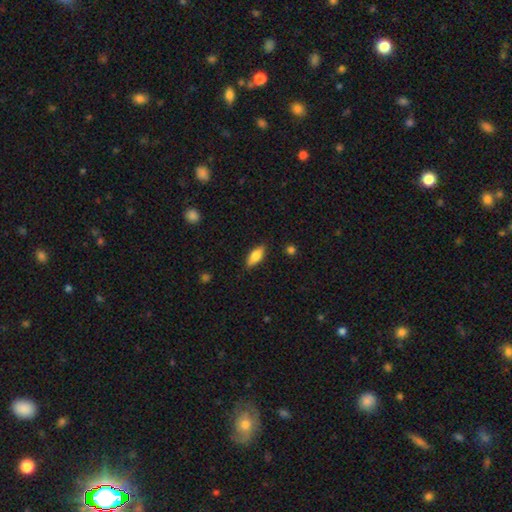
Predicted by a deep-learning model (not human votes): A smooth galaxy with no disk features (72%) that is in between round and cigar-shaped (73%).

Vote fractions:
- Smooth or featured? smooth: 72% / featured or disk: 21% / star or artifact: 7%
- How rounded? in between: 73% / cigar-shaped: 24% / round: 3%
- Merging? none: 85% / minor disturbance: 12% / major disturbance: 2% / merger: 1%